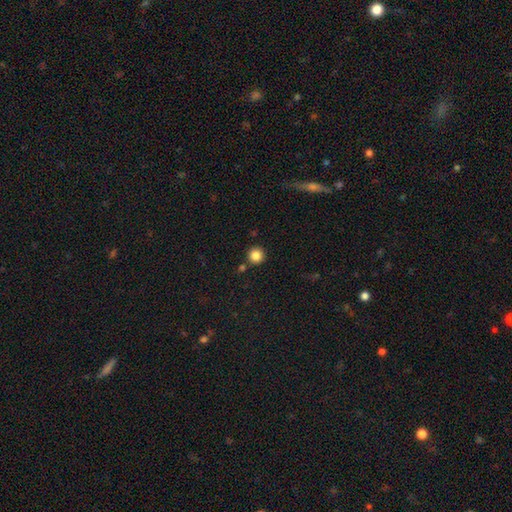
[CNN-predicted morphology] A smooth galaxy with no disk features (85%) that is round (95%).

Vote fractions:
- Smooth or featured? smooth: 85% / star or artifact: 11% / featured or disk: 5%
- How rounded? round: 95% / in between: 4% / cigar-shaped: 1%
- Merging? none: 87% / minor disturbance: 6% / merger: 6% / major disturbance: 2%